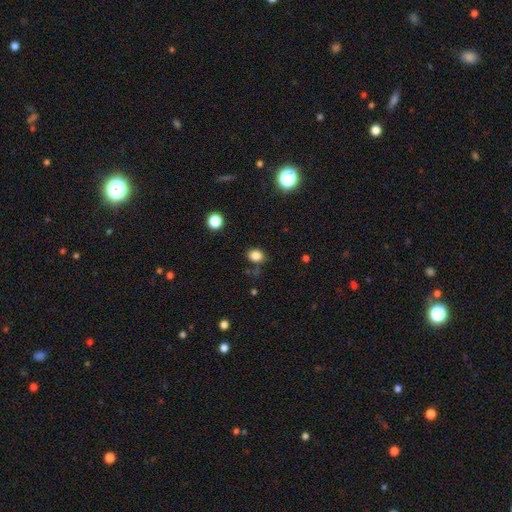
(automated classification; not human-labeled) smooth_or_featured: smooth (p=0.83) [alt: star or artifact p=0.13]
how_rounded: round (p=0.57) [alt: in between p=0.42]
merging: none (p=0.76) [alt: minor disturbance p=0.16]